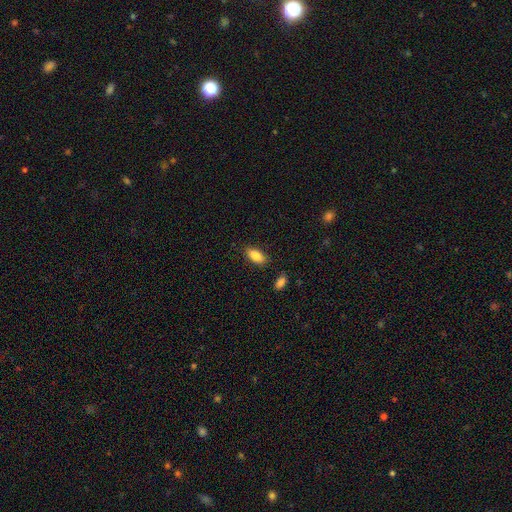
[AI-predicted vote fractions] Smooth or featured? smooth (86%)
How rounded? in between (88%)
Merging? none (85%)